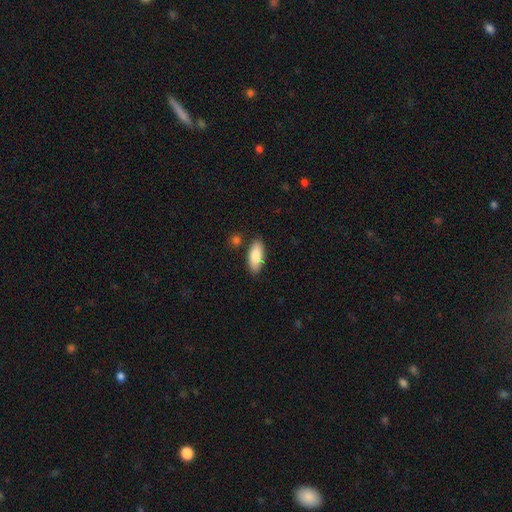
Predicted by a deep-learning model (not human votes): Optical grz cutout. It shows a smooth galaxy with no disk features (85%) that is in between round and cigar-shaped (82%). Merging: none (83%).